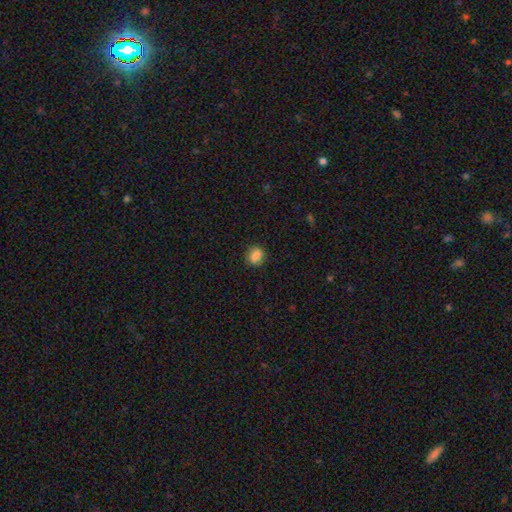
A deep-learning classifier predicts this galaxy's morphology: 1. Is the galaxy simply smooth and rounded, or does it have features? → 83% smooth, 10% star or artifact, 7% featured or disk.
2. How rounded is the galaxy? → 53% round, 45% in between, 2% cigar-shaped.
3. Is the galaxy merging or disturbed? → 82% none, 14% minor disturbance, 3% major disturbance, 1% merger.